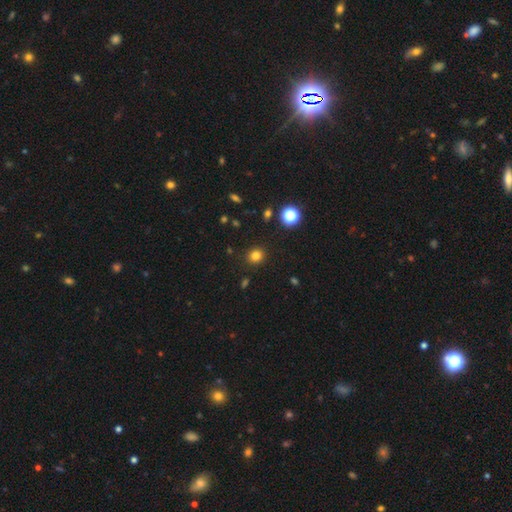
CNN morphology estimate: smooth_or_featured: smooth (p=0.80) [alt: star or artifact p=0.15]
how_rounded: round (p=0.84) [alt: in between p=0.15]
merging: none (p=0.90) [alt: minor disturbance p=0.06]